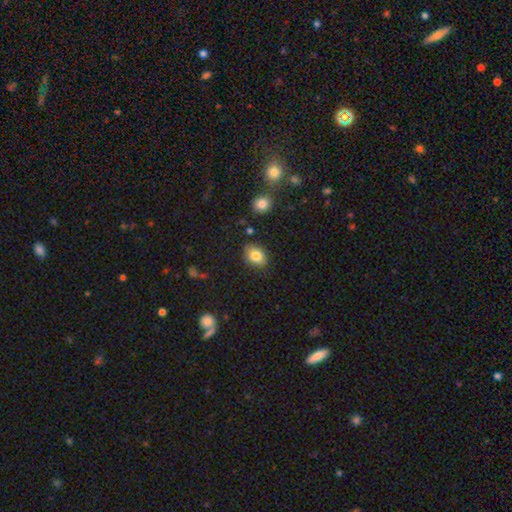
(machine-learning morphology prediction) A smooth galaxy with no disk features (81%) that is in between round and cigar-shaped (68%). Merging: none (81%).